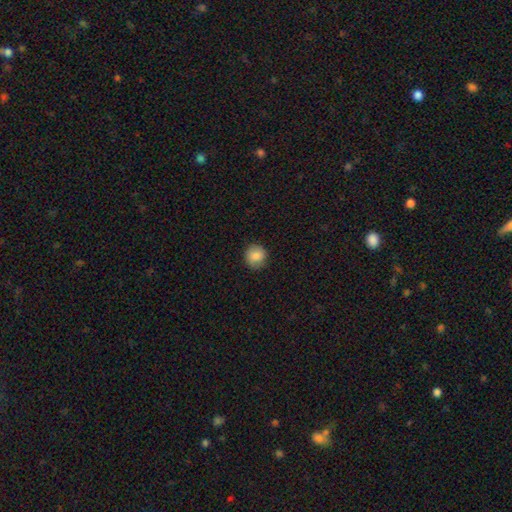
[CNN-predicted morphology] Smooth or featured?
  - smooth: 85% *
  - star or artifact: 9%
  - featured or disk: 7%
How rounded?
  - round: 90% *
  - in between: 9%
  - cigar-shaped: 1%
Merging?
  - none: 86% *
  - minor disturbance: 11%
  - major disturbance: 2%
  - merger: 1%